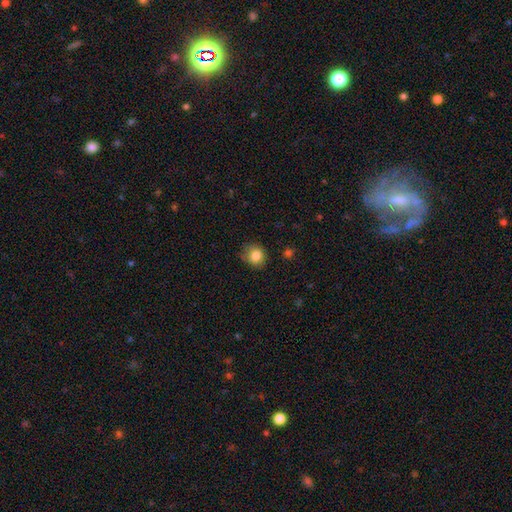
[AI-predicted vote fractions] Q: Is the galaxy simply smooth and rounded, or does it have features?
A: smooth — 84%.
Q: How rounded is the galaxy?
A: round — 82%.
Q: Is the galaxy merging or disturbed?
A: none — 76%.